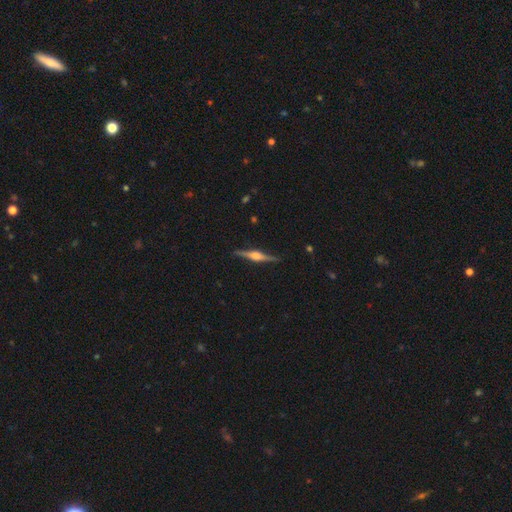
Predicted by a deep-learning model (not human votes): The model was most divided on "smooth or featured": featured or disk: 83%, smooth: 12%, star or artifact: 5%. More confident: edge-on disk — yes (98%); merging — none (90%); edge-on bulge — rounded (87%).